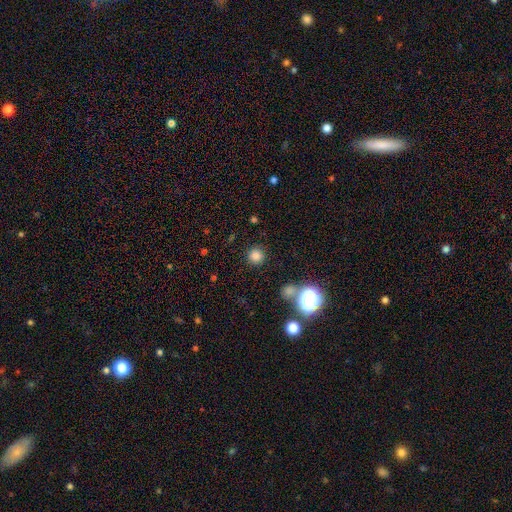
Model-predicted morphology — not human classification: This is likely a smooth galaxy (78%). How rounded: clearly round (94%). Merging: clearly none (87%).